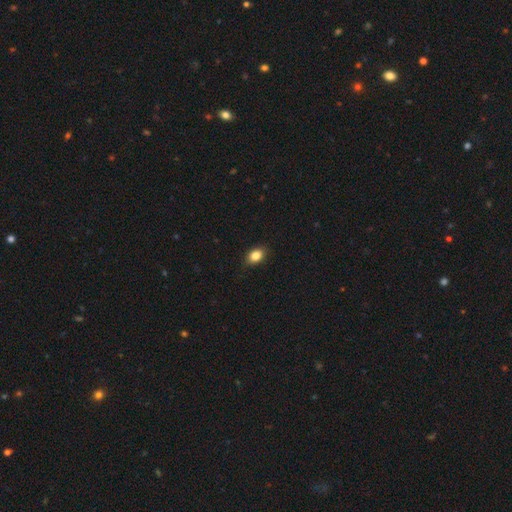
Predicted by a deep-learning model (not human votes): The model was most divided on "how rounded": in between: 77%, round: 21%, cigar-shaped: 2%. More confident: merging — none (86%); smooth or featured — smooth (84%).